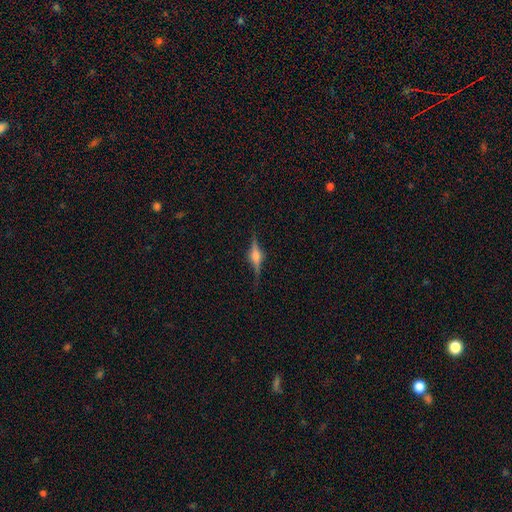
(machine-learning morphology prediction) This appears to be a featured or disk galaxy (82%) viewed edge-on (97%) with a rounded central bulge (88%). Merging: none (84%).